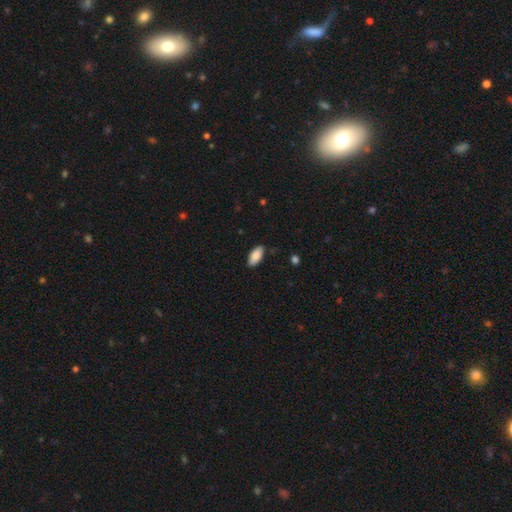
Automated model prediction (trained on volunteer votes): Smooth or featured?
  - smooth: 85% *
  - featured or disk: 9%
  - star or artifact: 6%
How rounded?
  - in between: 91% *
  - cigar-shaped: 8%
  - round: 2%
Merging?
  - none: 86% *
  - minor disturbance: 11%
  - major disturbance: 2%
  - merger: 1%